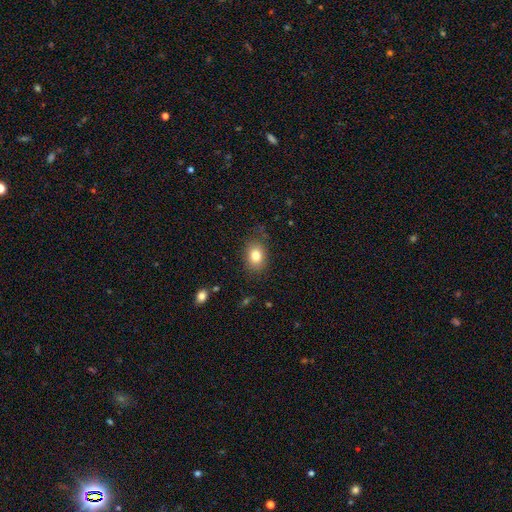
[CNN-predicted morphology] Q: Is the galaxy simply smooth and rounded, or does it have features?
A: smooth — 81%.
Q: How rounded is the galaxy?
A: in between — 67%.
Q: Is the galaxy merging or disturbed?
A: none — 80%.